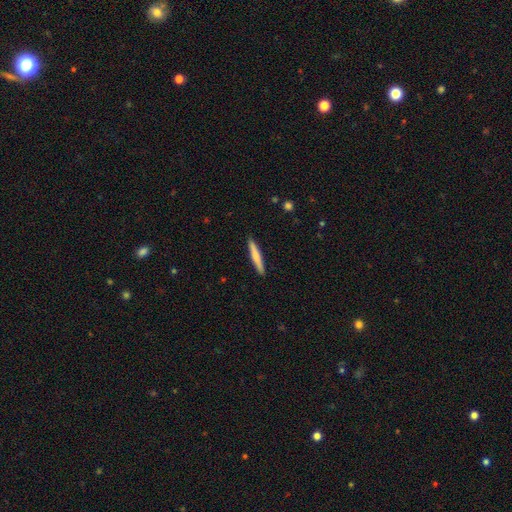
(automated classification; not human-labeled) Overall: smooth (66%; featured or disk 29%). How rounded: cigar-shaped (95%). Merging: none (91%).